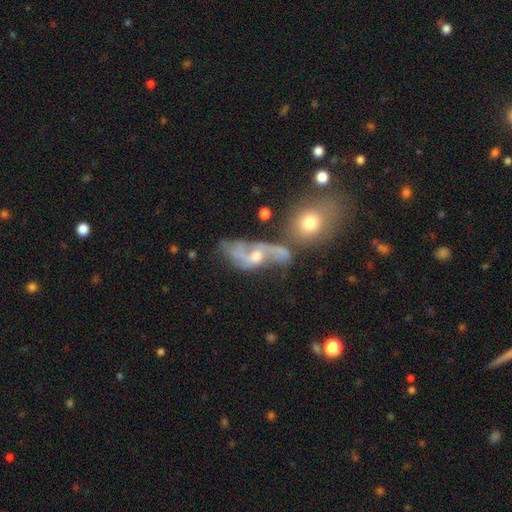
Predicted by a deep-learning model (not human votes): Q: Smooth or featured?
A: featured or disk (74%); runner-up: smooth (16%)
Q: Edge-on disk?
A: no (92%); runner-up: yes (8%)
Q: Bar?
A: no (58%); runner-up: weak (34%)
Q: Spiral arms?
A: yes (82%); runner-up: no (18%)
Q: Spiral winding?
A: loose (65%); runner-up: medium (27%)
Q: Spiral arm count?
A: 2 (77%); runner-up: can't tell (10%)
Q: Bulge size?
A: moderate (53%); runner-up: small (35%)
Q: Merging?
A: none (33%); runner-up: merger (28%)